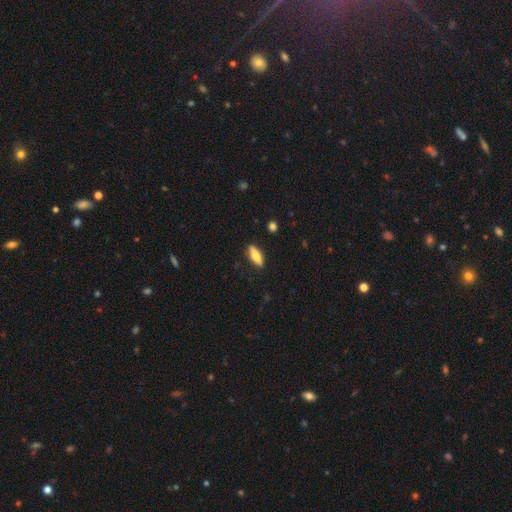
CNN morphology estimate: A smooth galaxy with no disk features (70%) that is cigar-shaped (52%). Merging: none (88%).